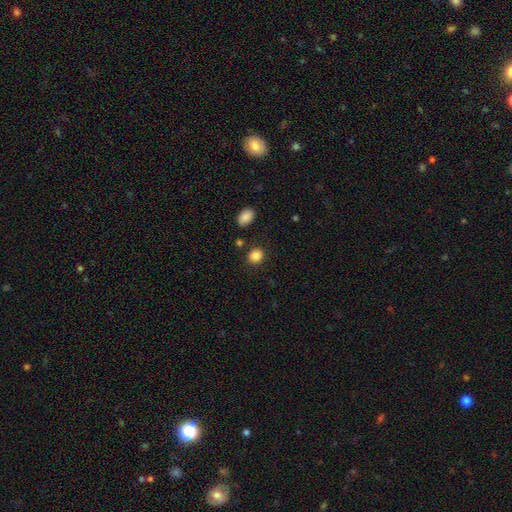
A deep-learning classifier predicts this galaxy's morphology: smooth 87%, star or artifact 10%, featured or disk 4%. Down the decision tree: how rounded — round (64%); merging — none (84%).